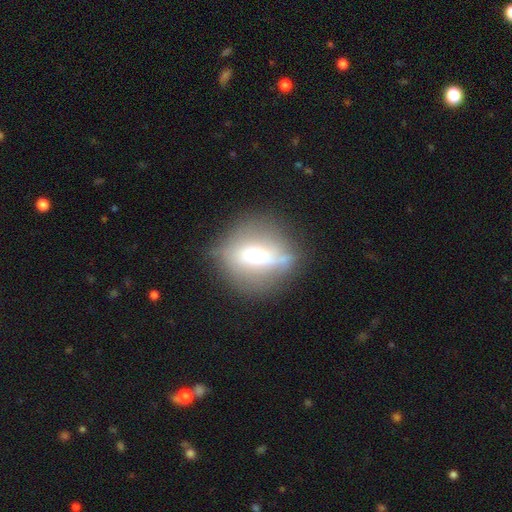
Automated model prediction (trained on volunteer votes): Smooth or featured: featured or disk — 54% (smooth — 35%)
Edge-on disk: no — 65% (yes — 35%)
Merging: none — 61% (minor disturbance — 21%)